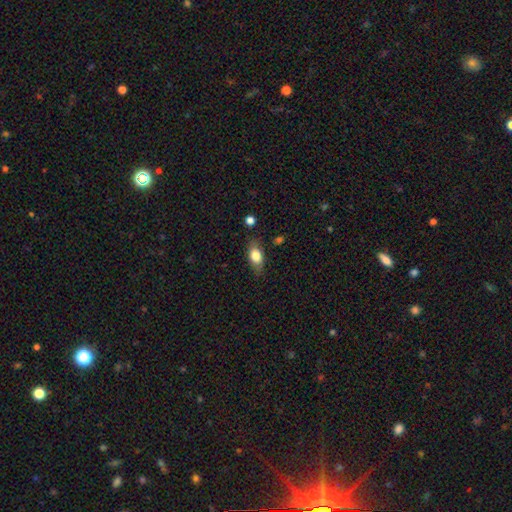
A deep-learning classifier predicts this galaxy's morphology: smooth 77%, featured or disk 16%, star or artifact 8%. Down the decision tree: how rounded — in between (84%); merging — none (79%).